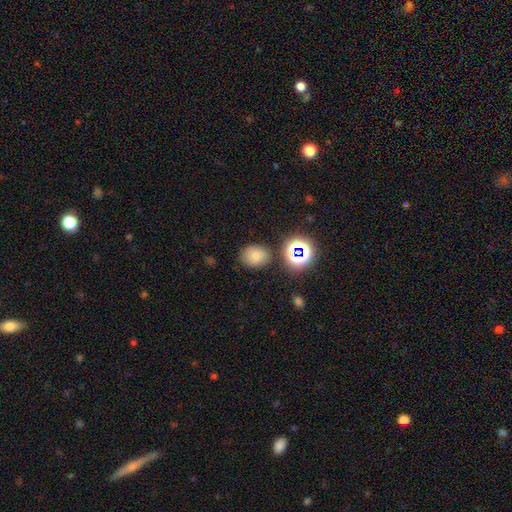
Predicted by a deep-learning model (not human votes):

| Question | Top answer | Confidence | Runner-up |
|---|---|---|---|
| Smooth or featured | smooth | 74% | star or artifact (18%) |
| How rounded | round | 56% | in between (43%) |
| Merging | none | 80% | minor disturbance (11%) |